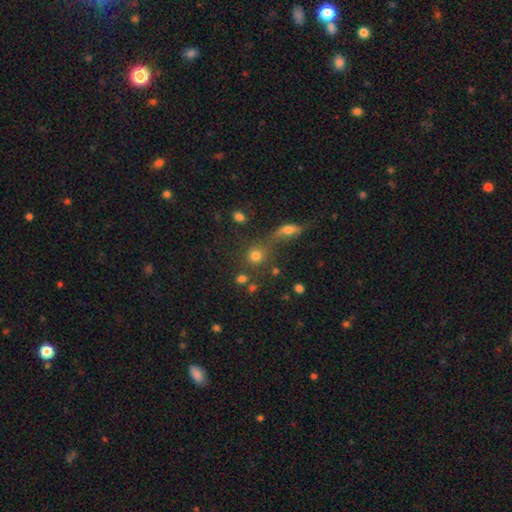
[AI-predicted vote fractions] Smooth or featured? smooth (75%)
How rounded? round (86%)
Merging? none (56%)